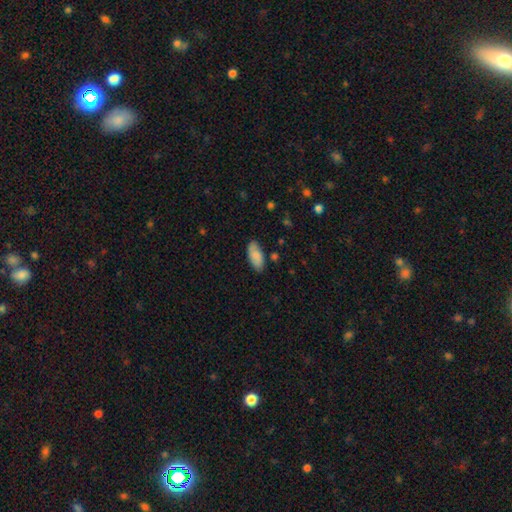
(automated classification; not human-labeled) Morphology: type=smooth (76%); roundness=in between (89%); merging=none (79%).